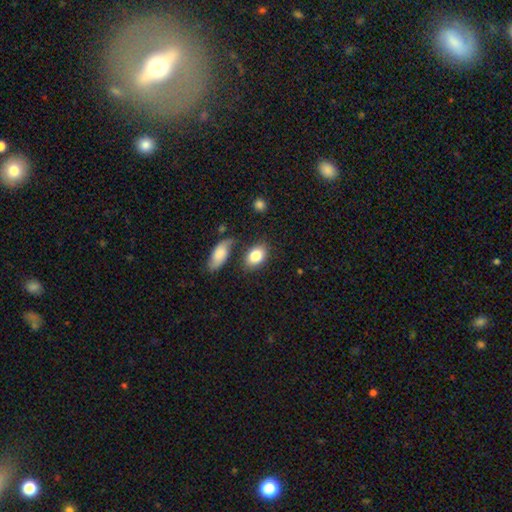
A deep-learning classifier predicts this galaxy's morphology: smooth 83%, featured or disk 10%, star or artifact 7%. Down the decision tree: how rounded — in between (83%); merging — none (70%).